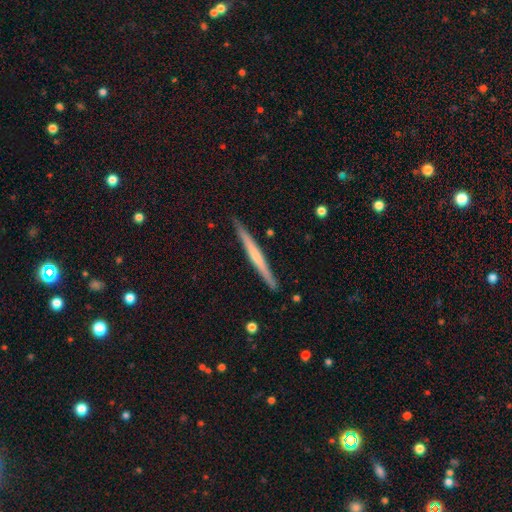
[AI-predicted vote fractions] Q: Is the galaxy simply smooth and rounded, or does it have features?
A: featured or disk — 55%.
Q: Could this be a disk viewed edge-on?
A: yes — 98%.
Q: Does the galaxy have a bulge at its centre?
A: none — 61%.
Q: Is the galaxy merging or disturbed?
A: none — 90%.